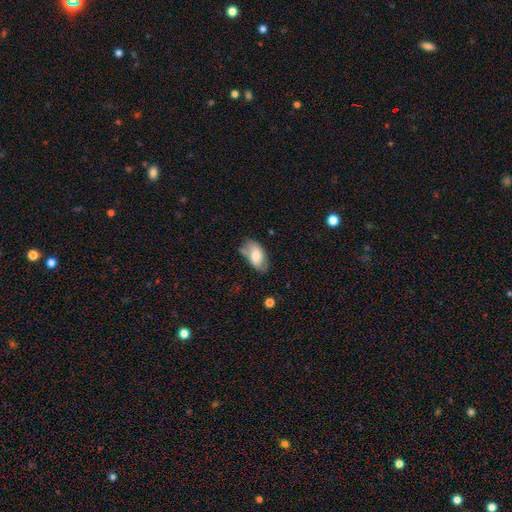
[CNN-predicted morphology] This appears to be a smooth galaxy with no disk features (69%) that is in between round and cigar-shaped (93%). Merging: none (58%).